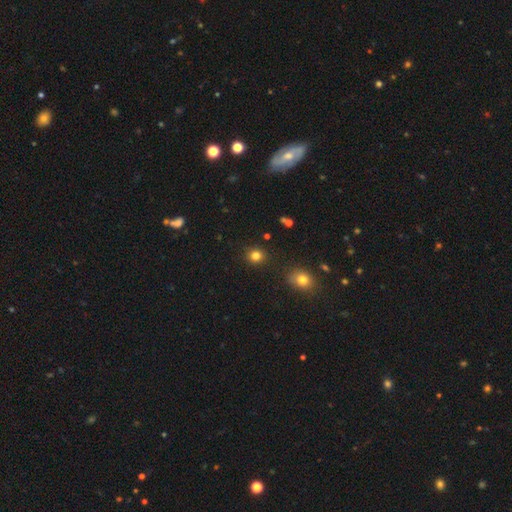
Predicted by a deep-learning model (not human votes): This appears to be a smooth galaxy with no disk features (82%) that is round (87%). Merging: none (89%).